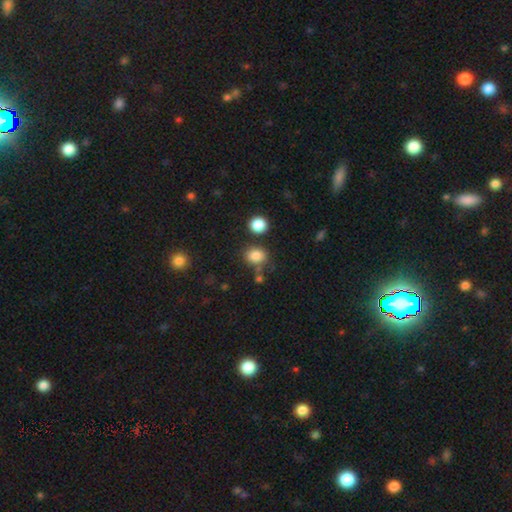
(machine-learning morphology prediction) This is clearly a smooth galaxy (83%). How rounded: possibly in between (50%). Merging: likely none (69%).